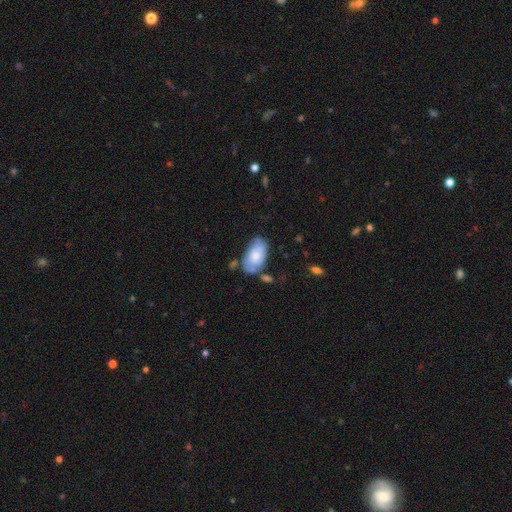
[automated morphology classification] A smooth galaxy with no disk features (51%) that is in between round and cigar-shaped (93%).

Vote fractions:
- Smooth or featured? smooth: 51% / featured or disk: 43% / star or artifact: 6%
- How rounded? in between: 93% / round: 5% / cigar-shaped: 2%
- Merging? none: 51% / minor disturbance: 26% / merger: 13% / major disturbance: 10%